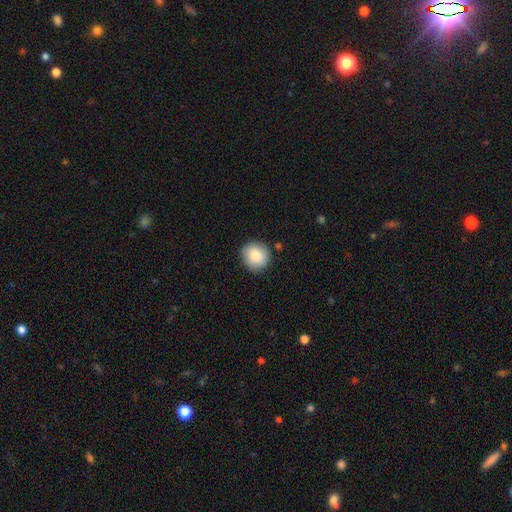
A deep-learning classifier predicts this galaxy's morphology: A smooth galaxy with no disk features (86%) that is round (91%).

Vote fractions:
- Smooth or featured? smooth: 86% / star or artifact: 7% / featured or disk: 7%
- How rounded? round: 91% / in between: 8% / cigar-shaped: 1%
- Merging? none: 88% / minor disturbance: 9% / major disturbance: 2% / merger: 2%